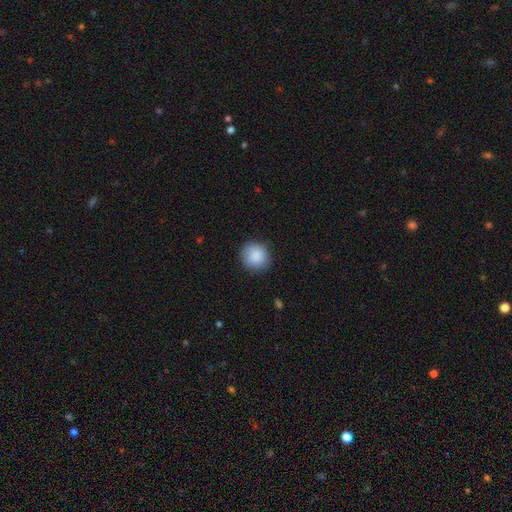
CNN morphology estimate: A smooth galaxy with no disk features (88%) that is round (91%).

Vote fractions:
- Smooth or featured? smooth: 88% / star or artifact: 7% / featured or disk: 4%
- How rounded? round: 91% / in between: 8% / cigar-shaped: 1%
- Merging? none: 87% / minor disturbance: 9% / major disturbance: 2% / merger: 1%